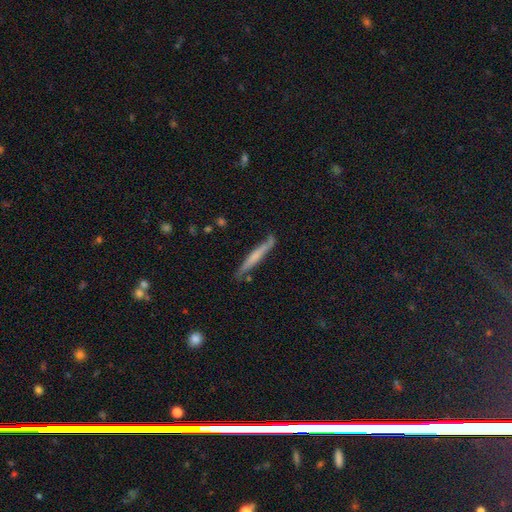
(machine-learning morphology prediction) Overall: smooth (50%; featured or disk 44%). Merging: none (80%).